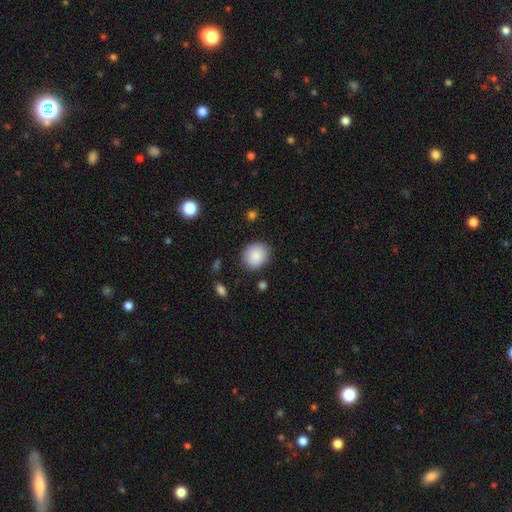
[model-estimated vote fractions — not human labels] smooth 87%, star or artifact 8%, featured or disk 5%. Down the decision tree: how rounded — round (82%); merging — none (86%).